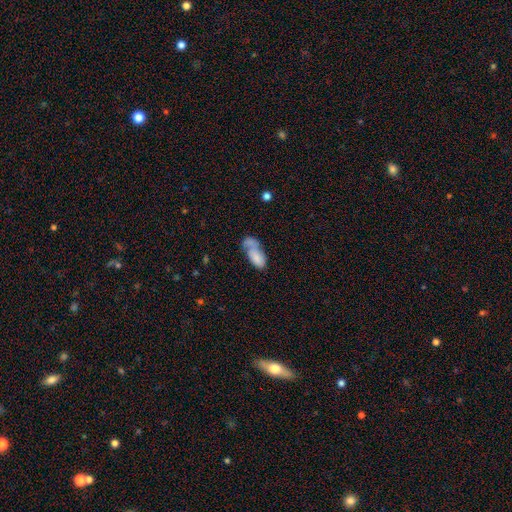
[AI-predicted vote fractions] This appears to be a smooth galaxy with no disk features (74%) that is in between round and cigar-shaped (89%). Merging: merger (44%).